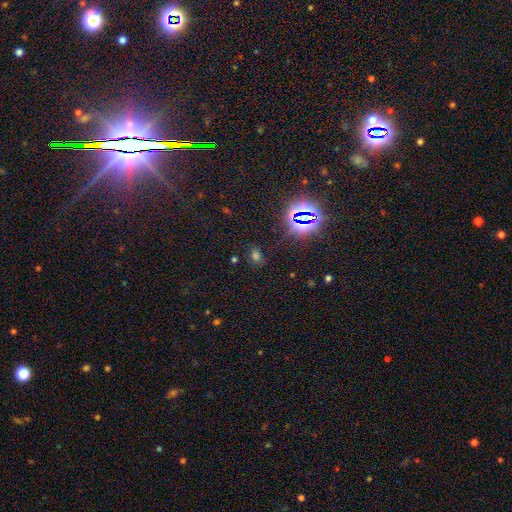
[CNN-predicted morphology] Q: Smooth or featured?
A: smooth (51%); runner-up: star or artifact (42%)
Q: How rounded?
A: in between (71%); runner-up: round (26%)
Q: Merging?
A: none (77%); runner-up: minor disturbance (14%)